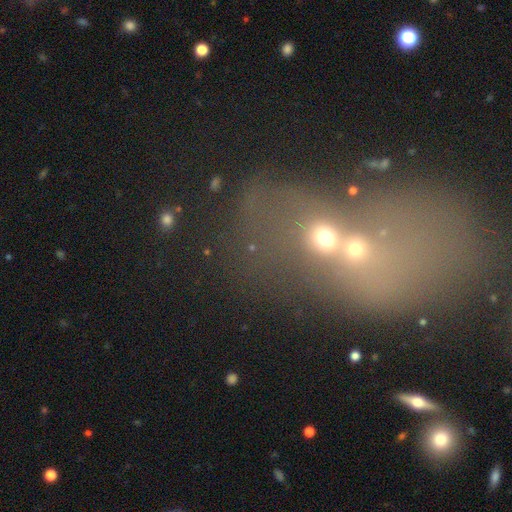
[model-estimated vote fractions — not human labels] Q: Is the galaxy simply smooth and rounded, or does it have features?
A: star or artifact — 39%.